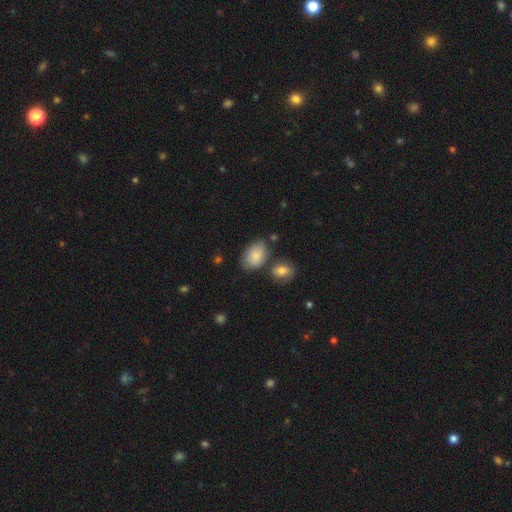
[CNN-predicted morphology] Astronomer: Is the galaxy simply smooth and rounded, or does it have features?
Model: smooth — 83%.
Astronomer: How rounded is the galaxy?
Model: in between — 87%.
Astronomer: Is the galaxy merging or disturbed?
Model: none — 61%.